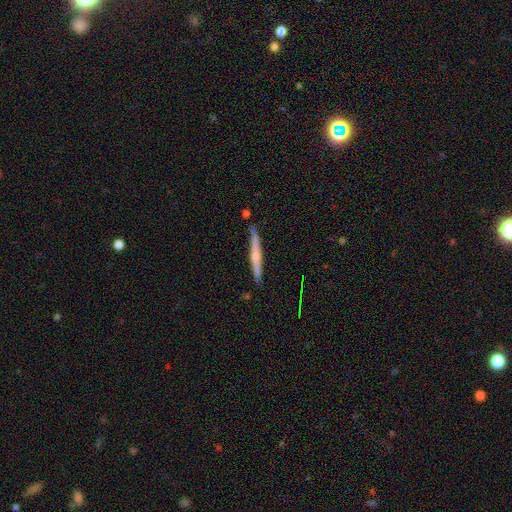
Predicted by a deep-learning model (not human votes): This is possibly a featured or disk galaxy (56%). It is clearly viewed edge-on (97%). Edge-on bulge: possibly rounded (57%). Merging: clearly none (85%).